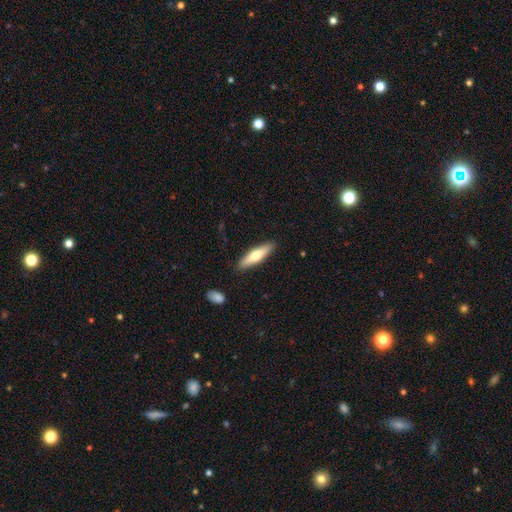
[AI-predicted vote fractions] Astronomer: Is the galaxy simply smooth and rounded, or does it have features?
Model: smooth — 55% (runner-up: featured or disk, 40%).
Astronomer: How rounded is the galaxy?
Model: cigar-shaped — 73%.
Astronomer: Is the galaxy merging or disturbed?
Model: none — 88%.